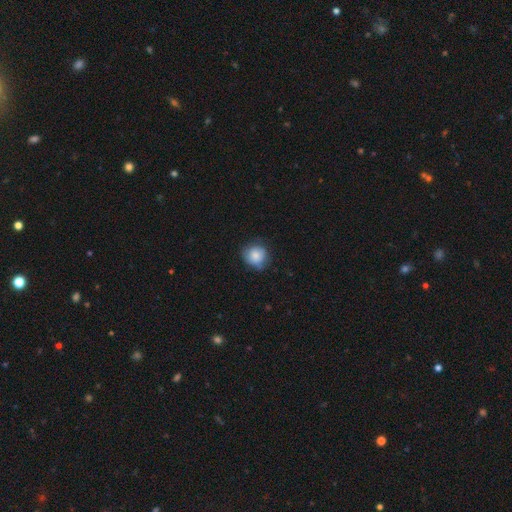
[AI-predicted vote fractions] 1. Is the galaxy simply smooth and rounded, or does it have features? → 83% smooth, 9% featured or disk, 8% star or artifact.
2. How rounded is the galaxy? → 88% round, 11% in between, 1% cigar-shaped.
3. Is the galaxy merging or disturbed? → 71% none, 23% minor disturbance, 5% major disturbance, 2% merger.